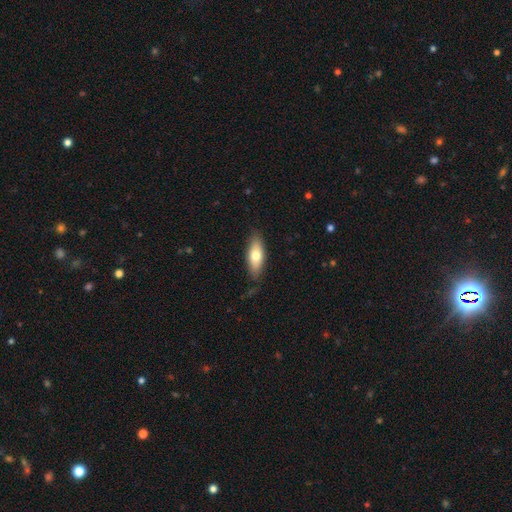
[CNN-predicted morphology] smooth_or_featured: smooth (p=0.68) [alt: featured or disk p=0.26]
how_rounded: in between (p=0.70) [alt: cigar-shaped p=0.27]
merging: none (p=0.82) [alt: minor disturbance p=0.14]